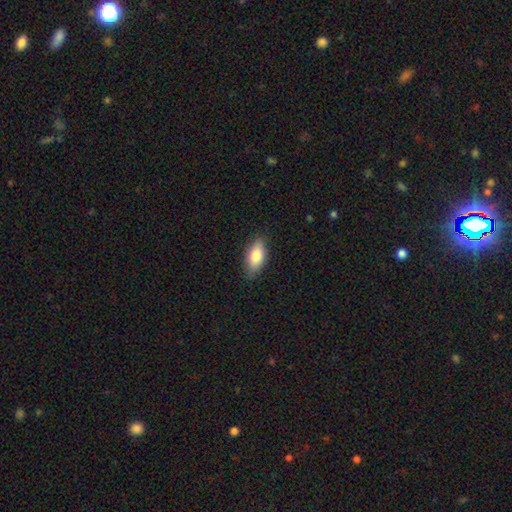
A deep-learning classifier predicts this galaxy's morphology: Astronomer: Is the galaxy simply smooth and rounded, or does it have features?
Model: smooth — 78%.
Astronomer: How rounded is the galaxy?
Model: in between — 86%.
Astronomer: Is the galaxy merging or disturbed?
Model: none — 84%.